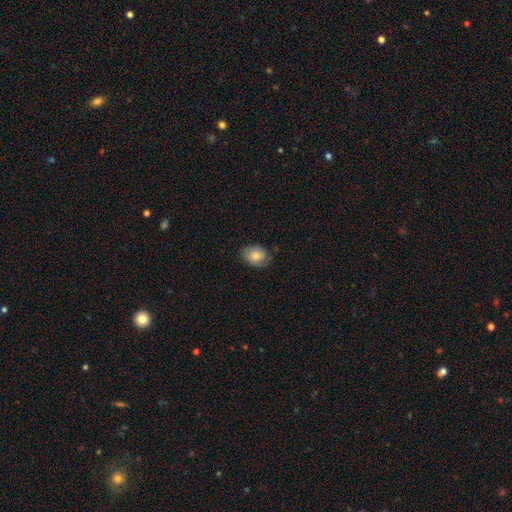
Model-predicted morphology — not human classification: This is likely a smooth galaxy (68%). How rounded: likely in between (63%). Merging: likely none (70%).